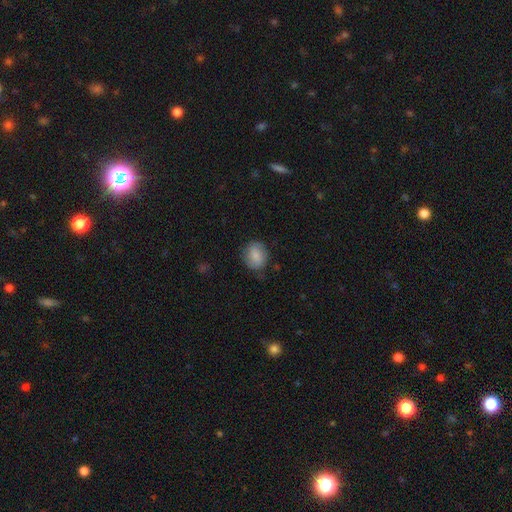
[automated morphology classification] The model was most divided on "how rounded": round: 67%, in between: 32%, cigar-shaped: 1%. More confident: smooth or featured — smooth (81%); merging — none (74%).